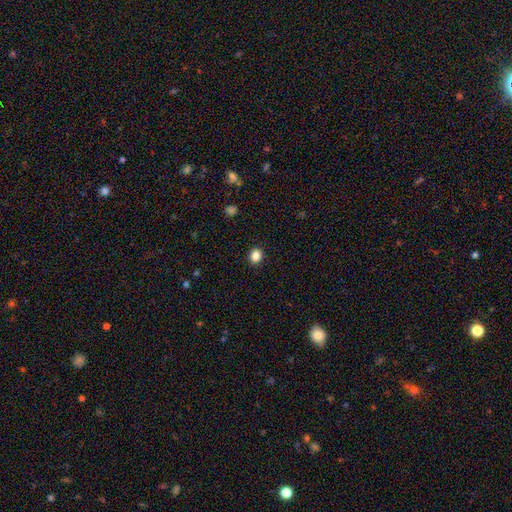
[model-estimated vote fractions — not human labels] Smooth or featured? Predicted: smooth (p=0.85). How rounded? Predicted: round (p=0.70). Merging? Predicted: none (p=0.92).